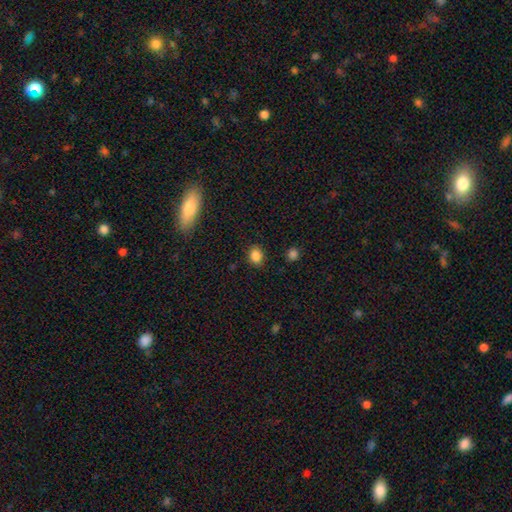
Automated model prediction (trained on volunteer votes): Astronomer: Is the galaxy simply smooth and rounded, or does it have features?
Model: smooth — 85%.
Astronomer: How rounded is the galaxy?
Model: round — 58% (runner-up: in between, 41%).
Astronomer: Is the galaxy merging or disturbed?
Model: none — 85%.